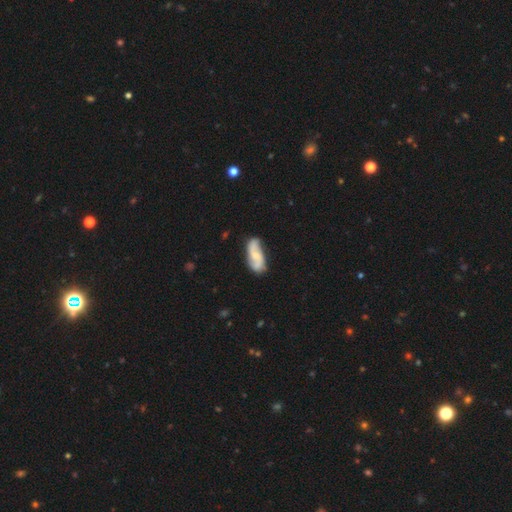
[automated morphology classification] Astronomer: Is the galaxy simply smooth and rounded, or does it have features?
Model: featured or disk — 63%.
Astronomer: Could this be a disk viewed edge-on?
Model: no — 95%.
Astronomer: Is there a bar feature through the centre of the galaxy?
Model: no — 54% (runner-up: weak, 36%).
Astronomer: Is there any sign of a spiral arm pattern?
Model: yes — 92%.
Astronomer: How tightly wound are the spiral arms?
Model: loose — 50% (runner-up: medium, 36%).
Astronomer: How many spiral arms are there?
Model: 2 — 87%.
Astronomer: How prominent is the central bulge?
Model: small — 49% (runner-up: moderate, 30%).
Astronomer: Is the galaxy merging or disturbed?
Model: none — 70%.